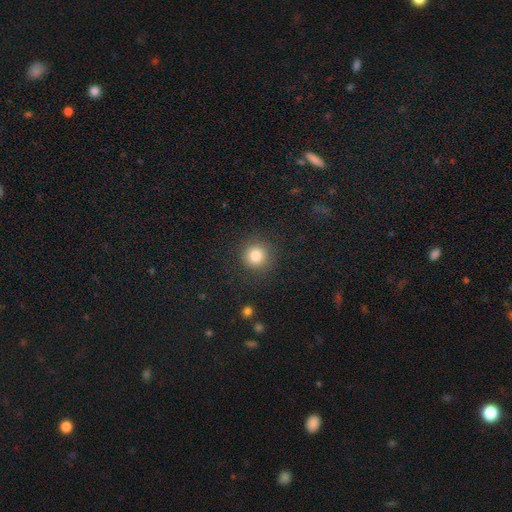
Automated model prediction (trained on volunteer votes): Smooth or featured: smooth — 82% (star or artifact — 11%)
How rounded: round — 93% (in between — 6%)
Merging: none — 87% (minor disturbance — 8%)